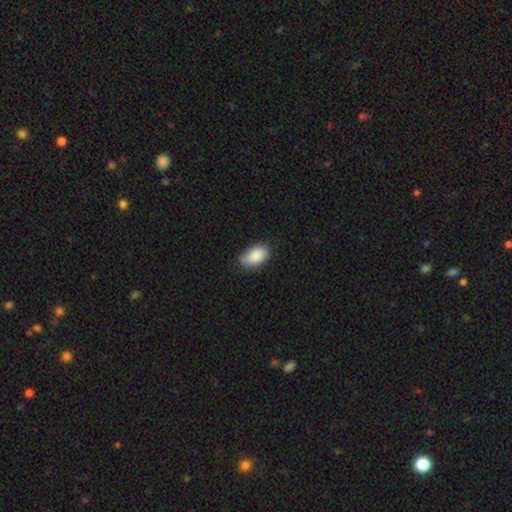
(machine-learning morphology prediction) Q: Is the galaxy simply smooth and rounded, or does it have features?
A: smooth — 87%.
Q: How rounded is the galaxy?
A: in between — 92%.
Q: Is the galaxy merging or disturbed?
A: none — 69%.